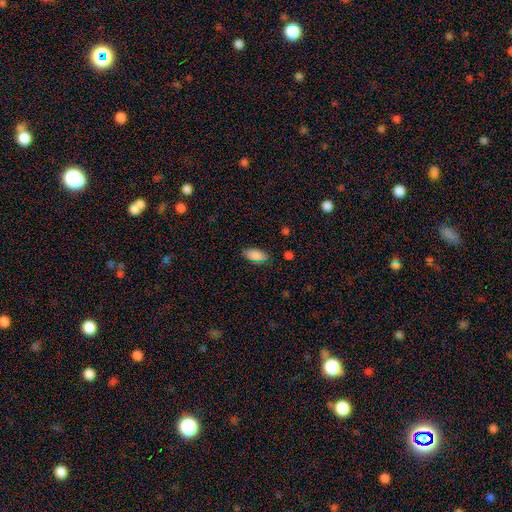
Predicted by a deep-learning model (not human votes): Q: Smooth or featured?
A: smooth (86%); runner-up: star or artifact (9%)
Q: How rounded?
A: in between (92%); runner-up: cigar-shaped (6%)
Q: Merging?
A: none (83%); runner-up: minor disturbance (13%)